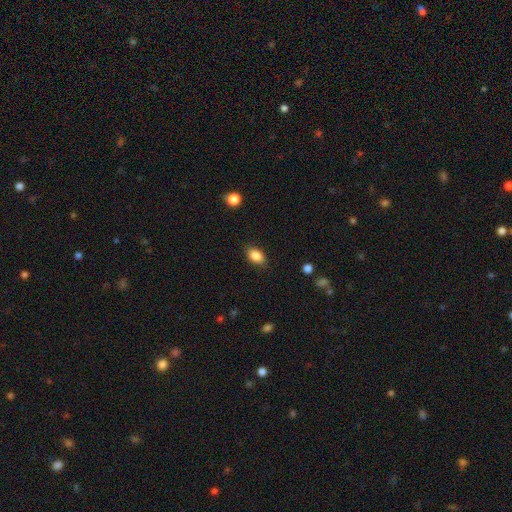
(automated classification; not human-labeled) The model was most divided on "merging": none: 84%, minor disturbance: 12%, major disturbance: 3%, merger: 1%. More confident: smooth or featured — smooth (87%); how rounded — in between (86%).